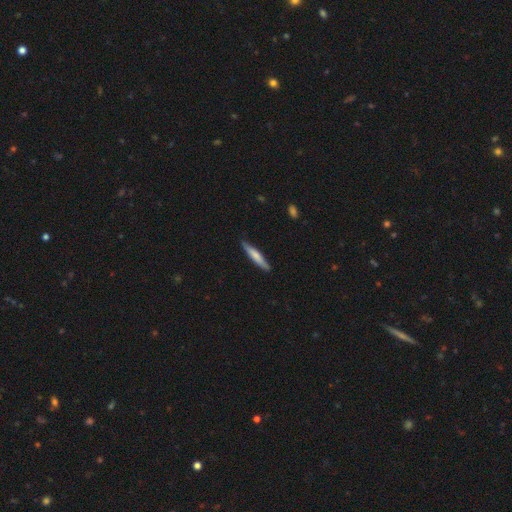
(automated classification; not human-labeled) Smooth or featured?
  - smooth: 64% *
  - featured or disk: 31%
  - star or artifact: 5%
How rounded?
  - cigar-shaped: 91% *
  - in between: 7%
  - round: 1%
Merging?
  - none: 87% *
  - minor disturbance: 11%
  - major disturbance: 2%
  - merger: 1%